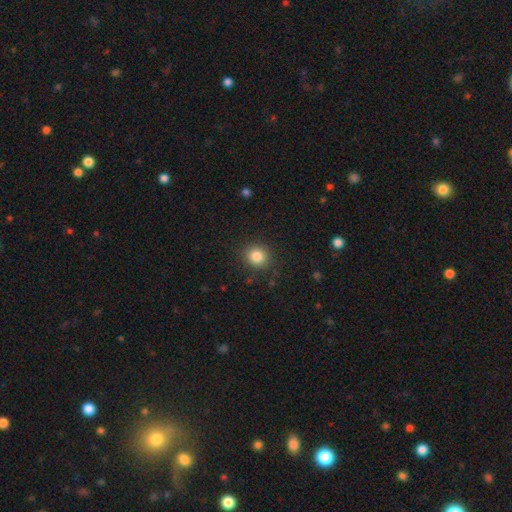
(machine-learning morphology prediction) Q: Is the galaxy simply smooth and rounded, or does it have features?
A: smooth — 84%.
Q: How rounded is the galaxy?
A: round — 87%.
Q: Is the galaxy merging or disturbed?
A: none — 88%.